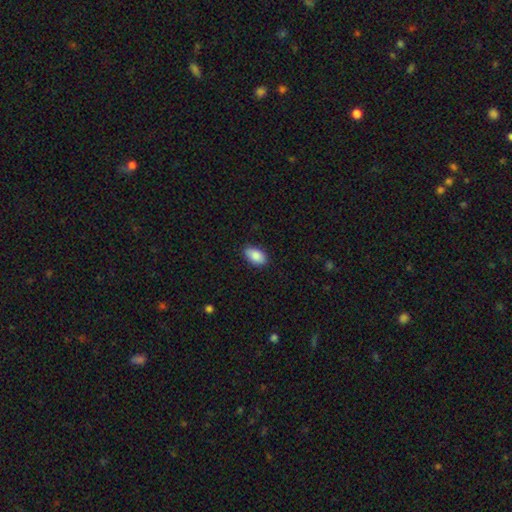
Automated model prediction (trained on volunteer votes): Smooth or featured?
  - smooth: 87% *
  - star or artifact: 7%
  - featured or disk: 6%
How rounded?
  - in between: 93% *
  - round: 5%
  - cigar-shaped: 2%
Merging?
  - none: 85% *
  - minor disturbance: 12%
  - major disturbance: 2%
  - merger: 1%